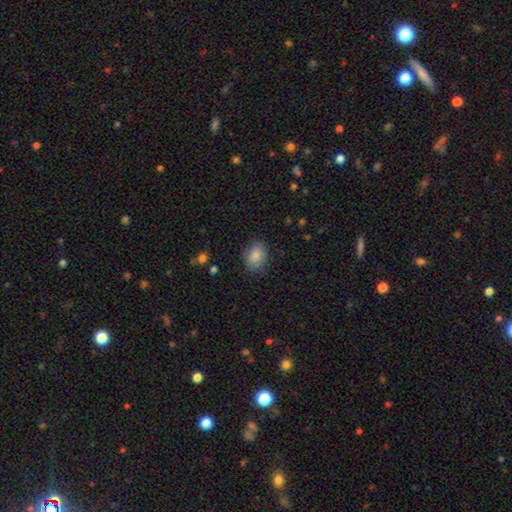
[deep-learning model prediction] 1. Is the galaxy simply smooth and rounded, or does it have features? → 85% smooth, 8% star or artifact, 7% featured or disk.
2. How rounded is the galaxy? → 64% in between, 35% round, 1% cigar-shaped.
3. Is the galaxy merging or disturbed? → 79% none, 16% minor disturbance, 4% major disturbance, 1% merger.